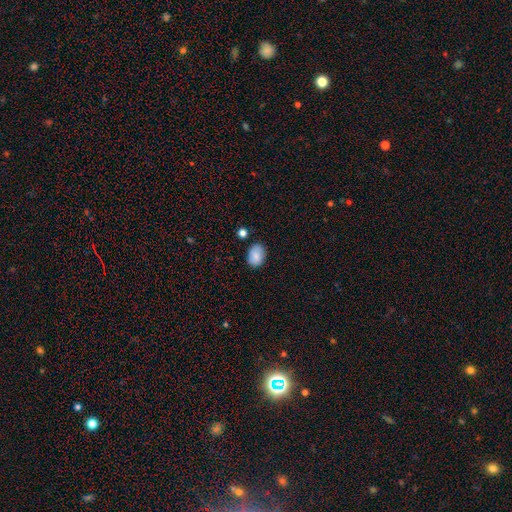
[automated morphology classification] This is clearly a smooth galaxy (86%). How rounded: likely in between (77%). Merging: likely none (77%).